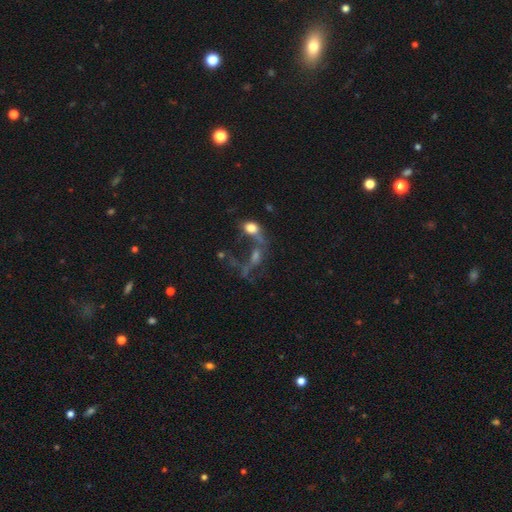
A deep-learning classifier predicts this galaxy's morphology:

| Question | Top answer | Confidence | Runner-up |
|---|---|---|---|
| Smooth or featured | featured or disk | 43% | smooth (32%) |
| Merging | merger | 52% | major disturbance (23%) |